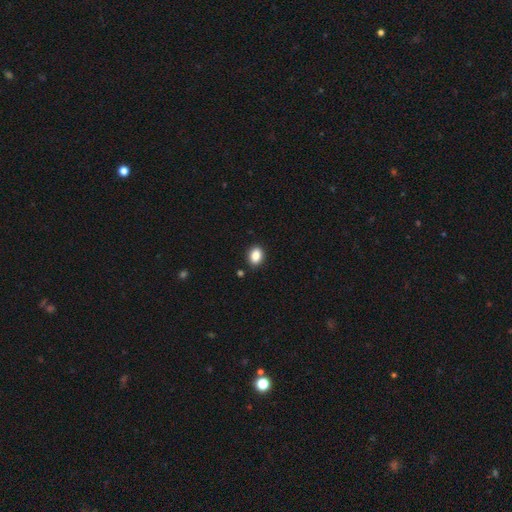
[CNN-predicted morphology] This appears to be a smooth galaxy with no disk features (87%) that is in between round and cigar-shaped (72%). Merging: none (89%).